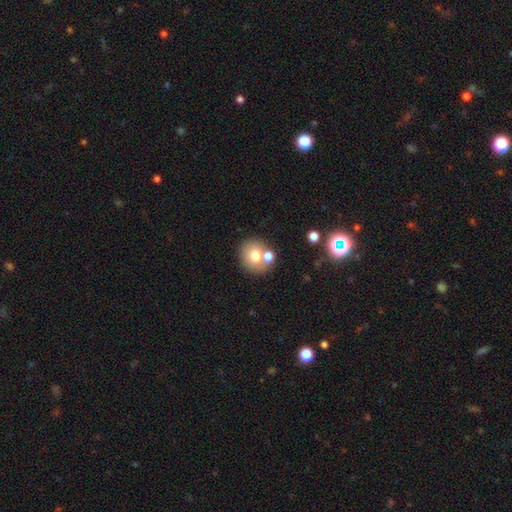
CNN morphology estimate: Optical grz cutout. It shows a smooth galaxy with no disk features (72%) that is round (80%). Merging: none (58%).